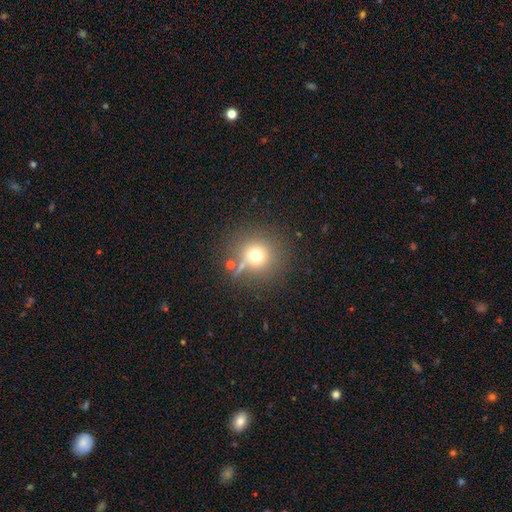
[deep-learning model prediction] Smooth or featured? smooth (69%)
How rounded? round (92%)
Merging? none (73%)